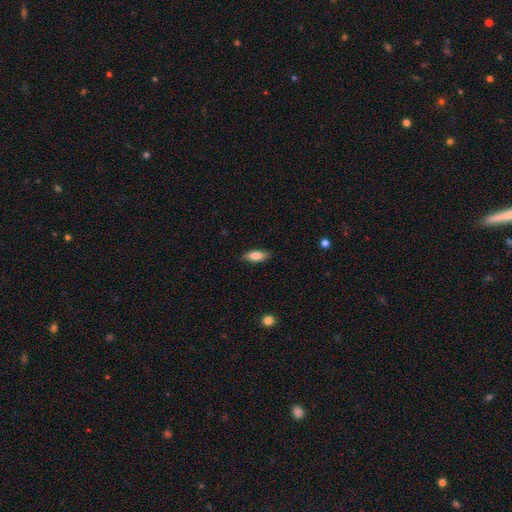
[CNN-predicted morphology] smooth-or-featured: smooth: 82% | featured or disk: 12% | star or artifact: 7%
  how-rounded: in between: 78% | cigar-shaped: 20% | round: 2%
  merging: none: 85% | minor disturbance: 12% | major disturbance: 2% | merger: 1%